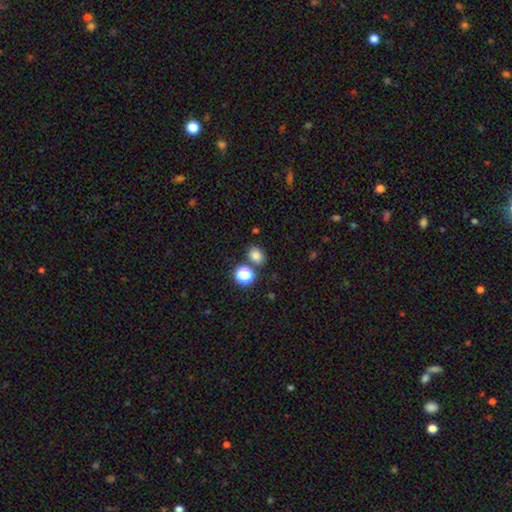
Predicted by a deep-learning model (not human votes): This appears to be a smooth galaxy with no disk features (79%) that is round (50%). Merging: none (76%).